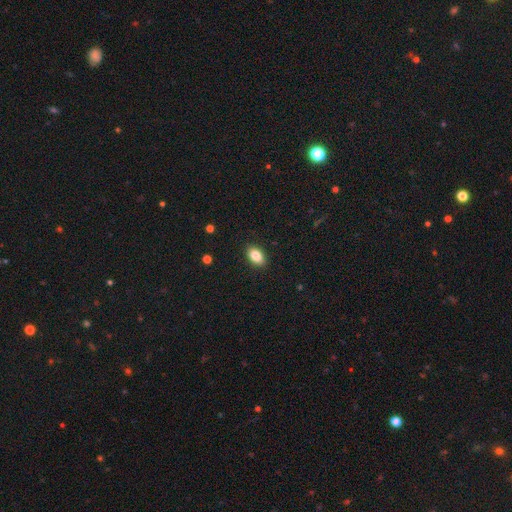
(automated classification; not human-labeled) A smooth galaxy with no disk features (85%) that is in between round and cigar-shaped (88%). Merging: none (89%).